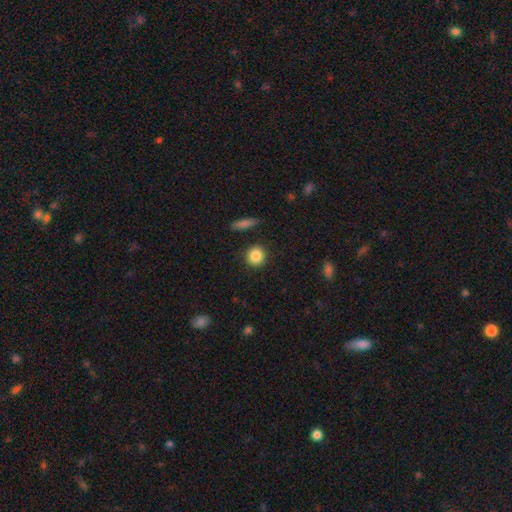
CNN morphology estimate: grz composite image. It shows a smooth galaxy with no disk features (87%) that is round (89%). Merging: none (90%).